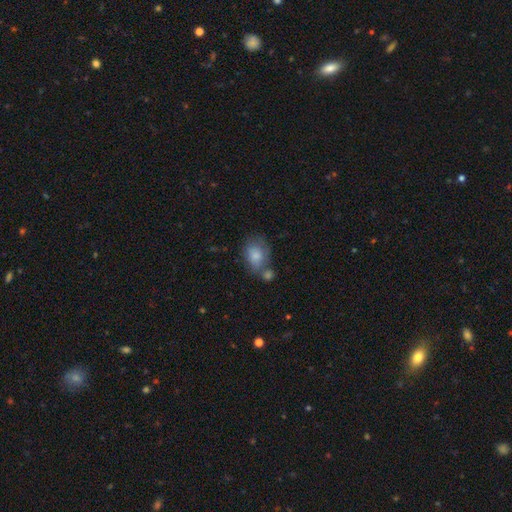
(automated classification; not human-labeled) smooth_or_featured: smooth (p=0.79) [alt: featured or disk p=0.14]
how_rounded: in between (p=0.66) [alt: round p=0.33]
merging: none (p=0.39) [alt: merger p=0.28]